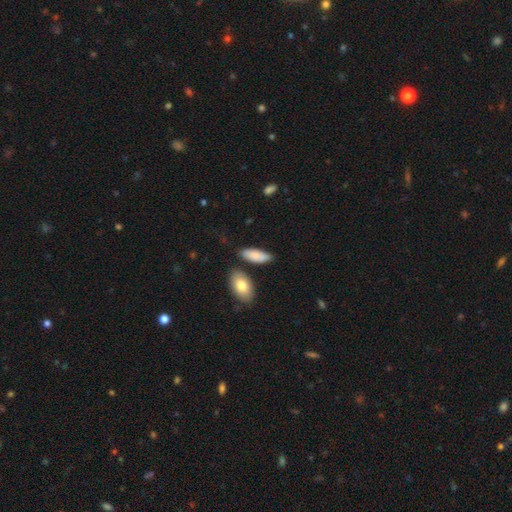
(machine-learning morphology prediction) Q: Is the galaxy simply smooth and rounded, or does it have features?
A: smooth — 83%.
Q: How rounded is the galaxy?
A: in between — 78%.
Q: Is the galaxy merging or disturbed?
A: none — 73%.